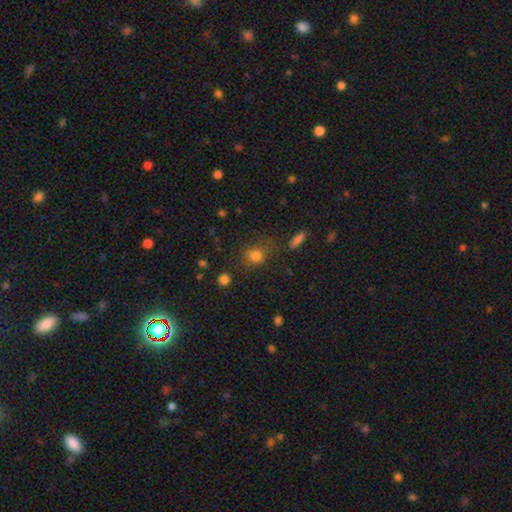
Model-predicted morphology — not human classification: Q: Smooth or featured?
A: smooth (78%); runner-up: star or artifact (14%)
Q: How rounded?
A: round (78%); runner-up: in between (20%)
Q: Merging?
A: none (68%); runner-up: minor disturbance (17%)